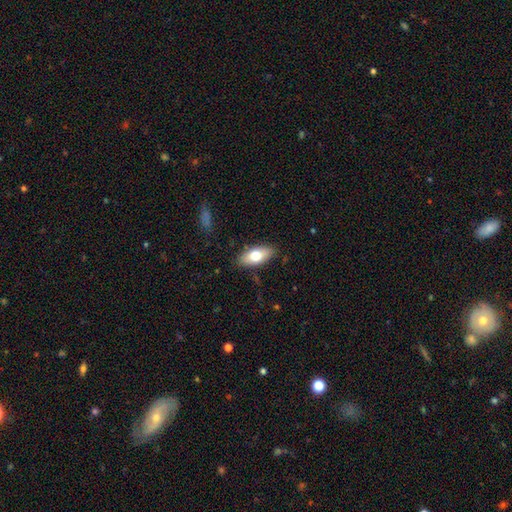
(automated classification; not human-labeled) The model was most divided on "smooth or featured": smooth: 70%, featured or disk: 23%, star or artifact: 7%. More confident: merging — none (85%); how rounded — in between (85%).